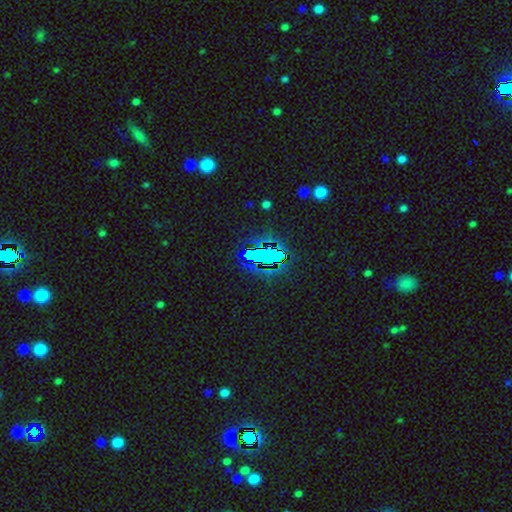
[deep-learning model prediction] Smooth or featured?
  - star or artifact: 66% *
  - smooth: 23%
  - featured or disk: 11%